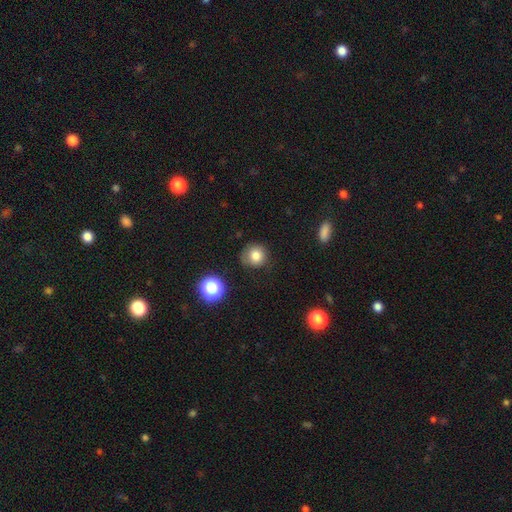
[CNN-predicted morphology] type=smooth (80%); roundness=round (89%); merging=none (75%).